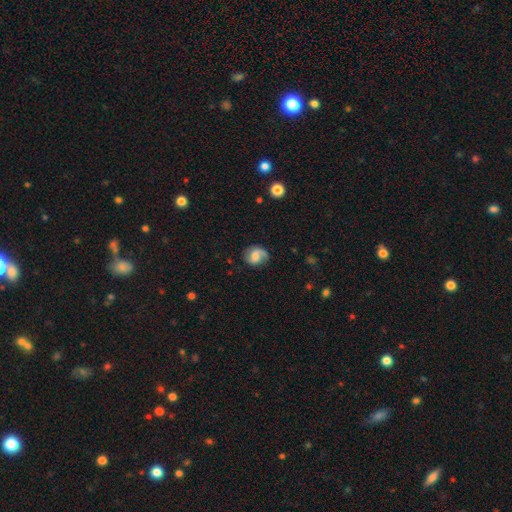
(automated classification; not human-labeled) Smooth or featured? Predicted: featured or disk (p=0.56). Edge-on disk? Predicted: no (p=0.98). Bar? Predicted: no (p=0.46). Spiral arms? Predicted: yes (p=0.90). Bulge size? Predicted: moderate (p=0.41). Merging? Predicted: none (p=0.66).